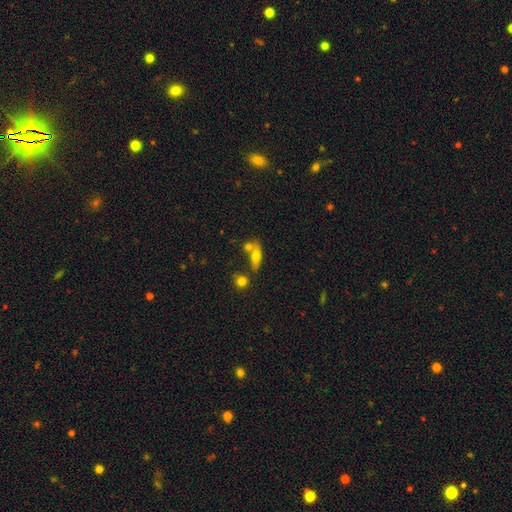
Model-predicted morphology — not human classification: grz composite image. It shows a smooth galaxy with no disk features (65%) that is in between round and cigar-shaped (60%). Merging: none (52%).